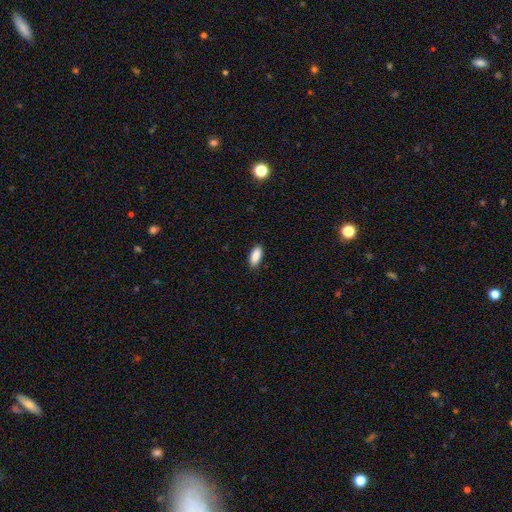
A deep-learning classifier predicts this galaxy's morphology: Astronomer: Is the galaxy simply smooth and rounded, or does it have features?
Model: smooth — 90%.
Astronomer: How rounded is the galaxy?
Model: in between — 87%.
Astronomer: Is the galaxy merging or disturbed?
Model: none — 87%.